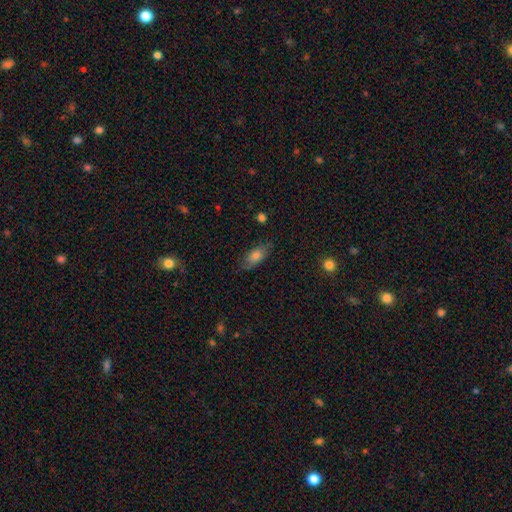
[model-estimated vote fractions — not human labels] smooth 69%, featured or disk 21%, star or artifact 9%. Down the decision tree: how rounded — in between (81%); merging — none (74%).